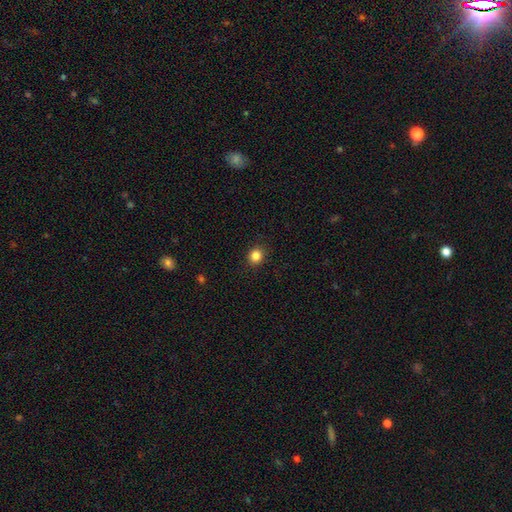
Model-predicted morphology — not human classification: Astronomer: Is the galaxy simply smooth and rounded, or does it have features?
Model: smooth — 85%.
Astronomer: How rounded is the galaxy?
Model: round — 81%.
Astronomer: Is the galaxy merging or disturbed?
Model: none — 91%.